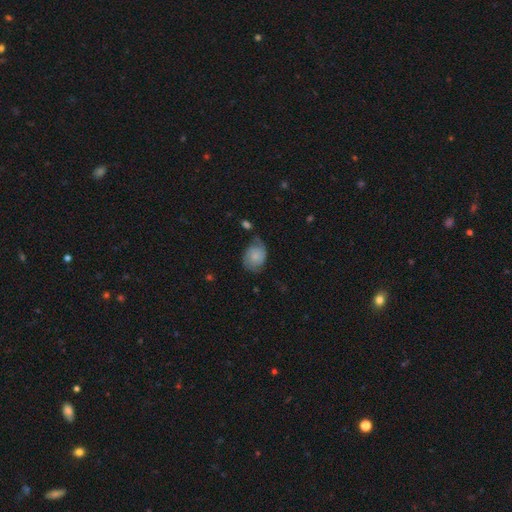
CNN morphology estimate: type=smooth (51%); roundness=in between (57%); merging=none (48%).